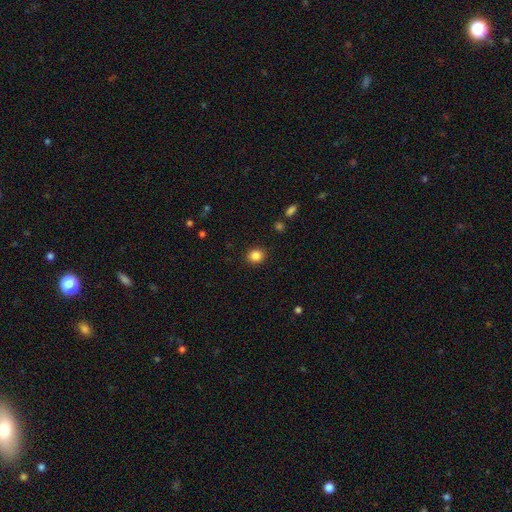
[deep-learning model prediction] Smooth or featured: smooth — 85% (star or artifact — 11%)
How rounded: round — 78% (in between — 21%)
Merging: none — 90% (minor disturbance — 6%)